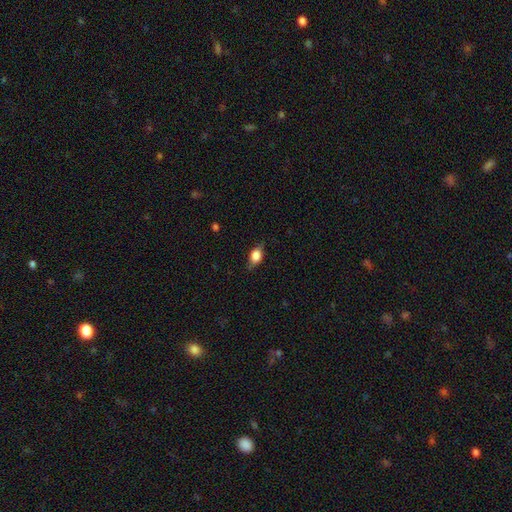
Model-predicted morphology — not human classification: A smooth galaxy with no disk features (74%) that is in between round and cigar-shaped (75%).

Vote fractions:
- Smooth or featured? smooth: 74% / featured or disk: 18% / star or artifact: 8%
- How rounded? in between: 75% / round: 19% / cigar-shaped: 6%
- Merging? none: 75% / minor disturbance: 19% / major disturbance: 4% / merger: 1%